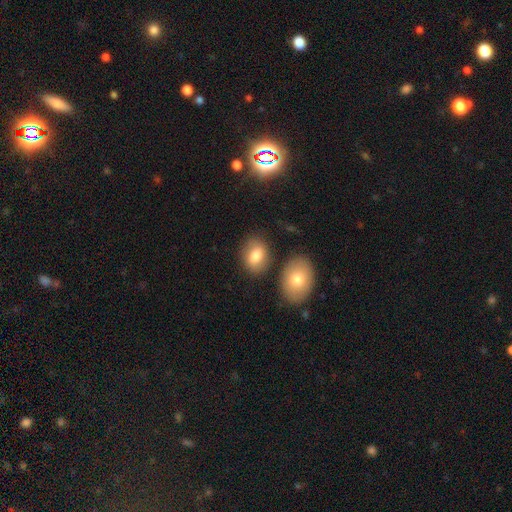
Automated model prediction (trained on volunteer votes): smooth-or-featured: smooth: 78% | featured or disk: 15% | star or artifact: 7%
  how-rounded: in between: 73% | round: 25% | cigar-shaped: 1%
  merging: none: 76% | minor disturbance: 13% | merger: 8% | major disturbance: 3%